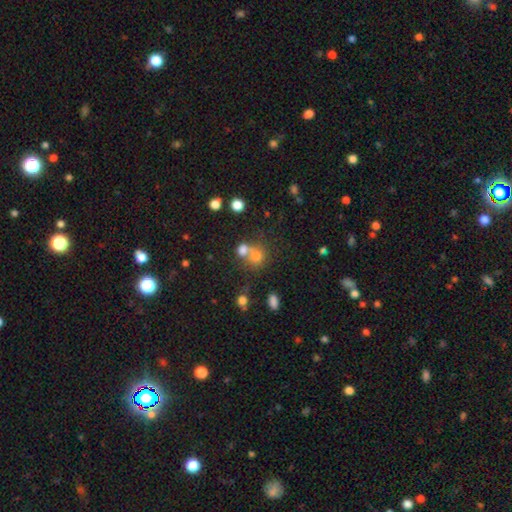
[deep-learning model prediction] A smooth galaxy with no disk features (71%) that is round (77%).

Vote fractions:
- Smooth or featured? smooth: 71% / star or artifact: 16% / featured or disk: 13%
- How rounded? round: 77% / in between: 22% / cigar-shaped: 1%
- Merging? merger: 48% / none: 39% / minor disturbance: 8% / major disturbance: 4%